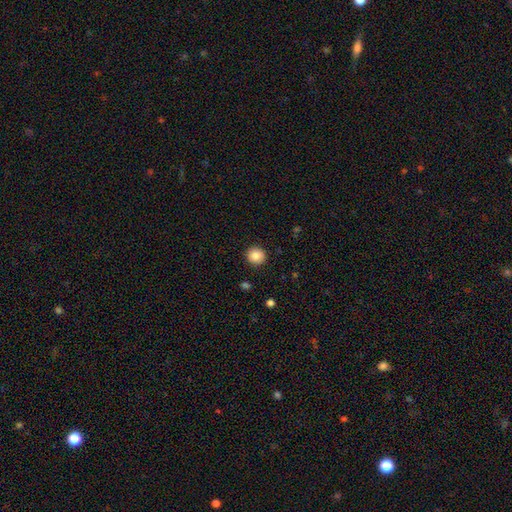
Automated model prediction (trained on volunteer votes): This appears to be a smooth galaxy with no disk features (86%) that is round (92%). Merging: none (91%).